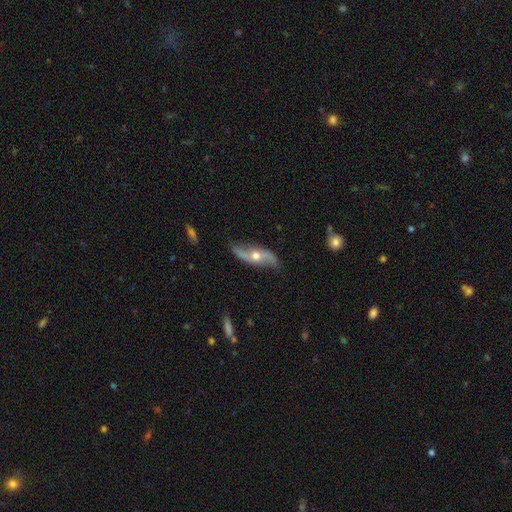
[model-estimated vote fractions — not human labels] This appears to be a featured or disk galaxy (84%) with no bar (65%), 2 (93%) loose (88%) spiral arms (93%) and a moderate central bulge (70%). Merging: none (77%).